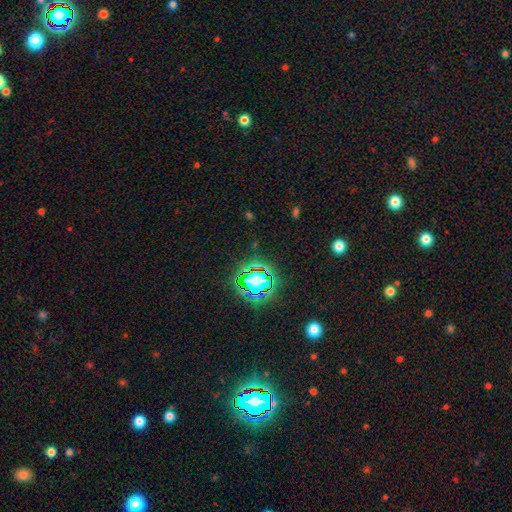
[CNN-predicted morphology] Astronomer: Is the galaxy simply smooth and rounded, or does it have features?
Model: star or artifact — 78%.